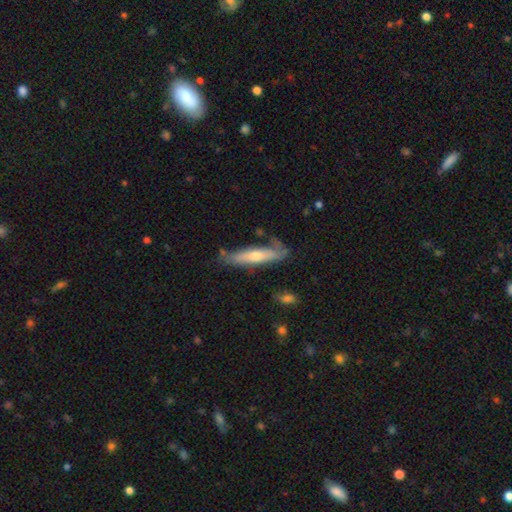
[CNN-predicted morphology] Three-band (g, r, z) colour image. It shows a smooth galaxy with no disk features (48%). Merging: none (64%).